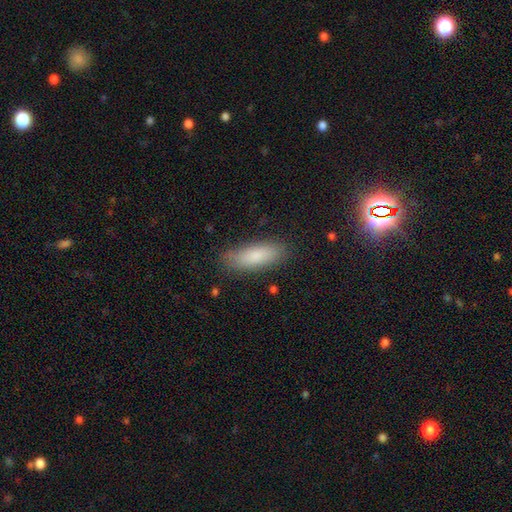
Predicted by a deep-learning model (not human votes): This appears to be a smooth galaxy with no disk features (83%) that is in between round and cigar-shaped (59%). Merging: none (84%).